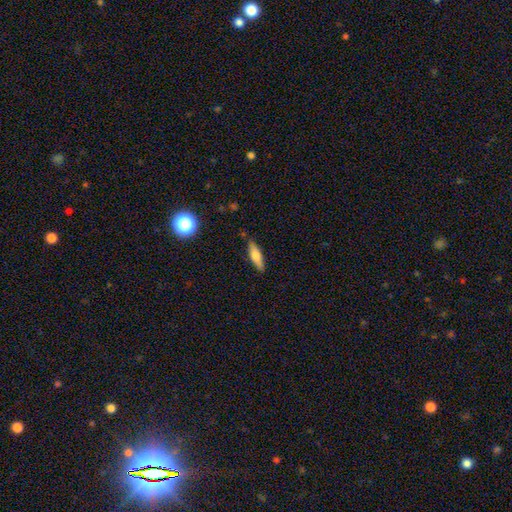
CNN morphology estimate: Smooth or featured?
  - smooth: 70% *
  - featured or disk: 23%
  - star or artifact: 7%
How rounded?
  - cigar-shaped: 57% *
  - in between: 41%
  - round: 2%
Merging?
  - none: 83% *
  - minor disturbance: 13%
  - major disturbance: 2%
  - merger: 2%